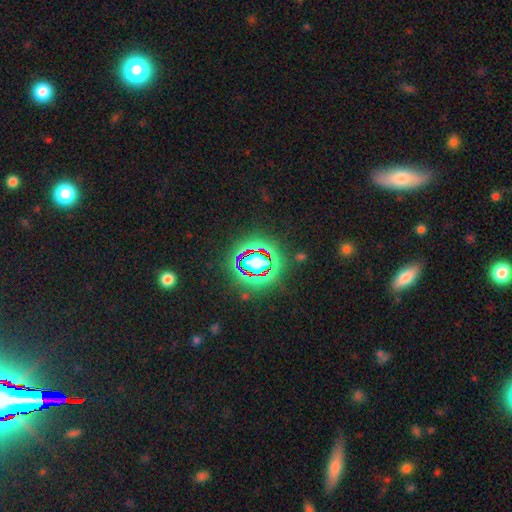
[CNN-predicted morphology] smooth-or-featured: star or artifact: 70% | smooth: 19% | featured or disk: 11%